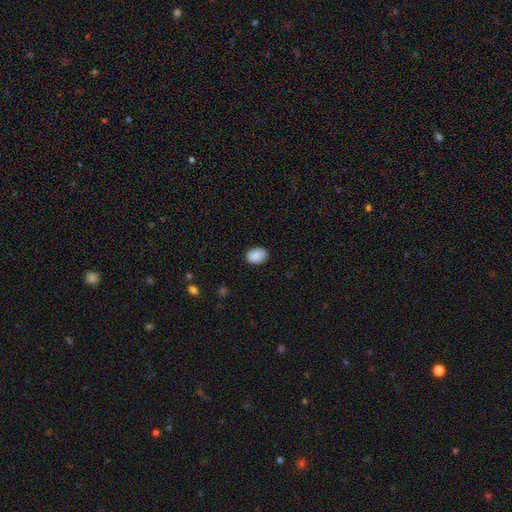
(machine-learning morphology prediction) This appears to be a smooth galaxy with no disk features (90%) that is in between round and cigar-shaped (74%). Merging: none (84%).